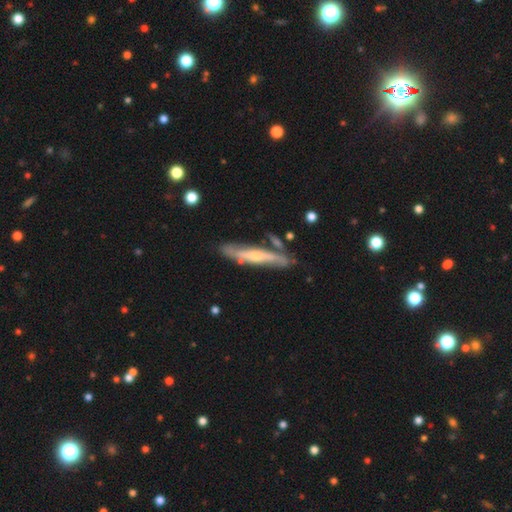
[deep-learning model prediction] A featured or disk galaxy (68%) viewed edge-on (73%).

Vote fractions:
- Smooth or featured? featured or disk: 68% / smooth: 27% / star or artifact: 6%
- Edge-on disk? yes: 73% / no: 27%
- Merging? none: 70% / minor disturbance: 18% / merger: 7% / major disturbance: 5%